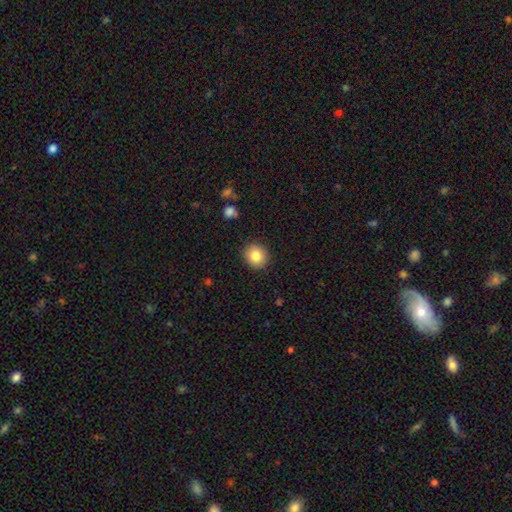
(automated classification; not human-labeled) This is clearly a smooth galaxy (83%). How rounded: clearly round (83%). Merging: clearly none (90%).